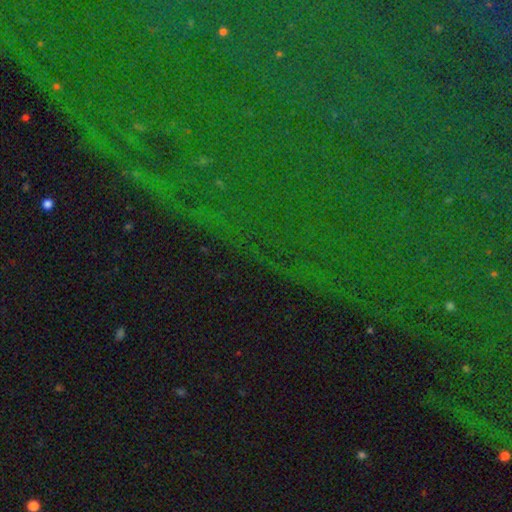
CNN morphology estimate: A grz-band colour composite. It shows a star or artifact, not a galaxy (83%).